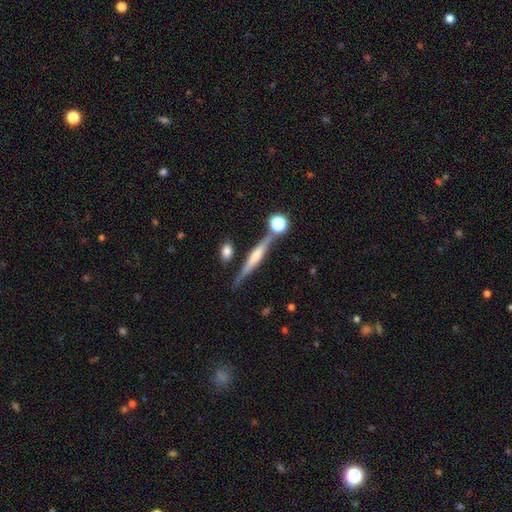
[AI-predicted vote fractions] Overall: featured or disk (68%). Edge-on disk: yes (96%). Edge-on bulge: rounded (60%; boxy 22%). Merging: none (76%).